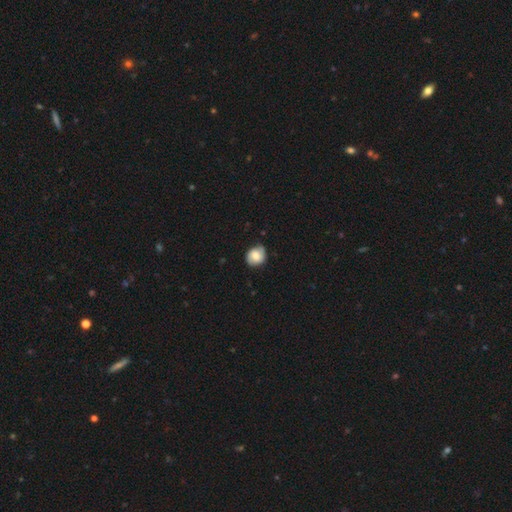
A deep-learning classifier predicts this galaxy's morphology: Overall: smooth (60%; featured or disk 32%). How rounded: round (71%). Merging: none (76%).